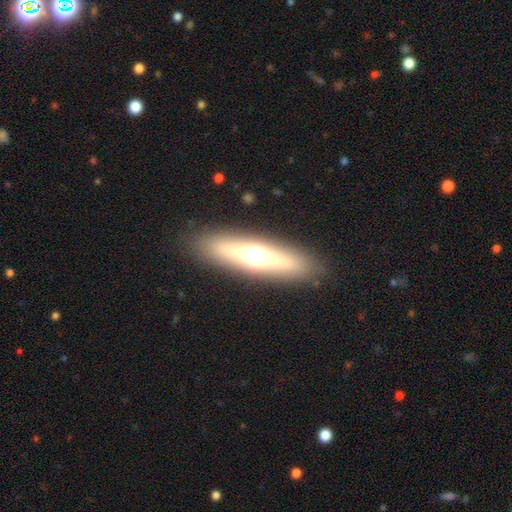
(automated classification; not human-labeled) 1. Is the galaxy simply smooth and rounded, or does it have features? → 47% featured or disk, 44% smooth, 9% star or artifact.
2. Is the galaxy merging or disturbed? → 88% none, 8% minor disturbance, 3% major disturbance, 1% merger.